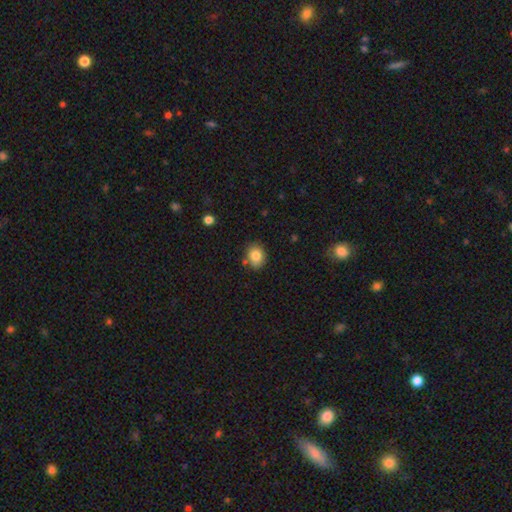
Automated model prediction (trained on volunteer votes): A smooth galaxy with no disk features (81%) that is round (56%). Merging: none (75%).